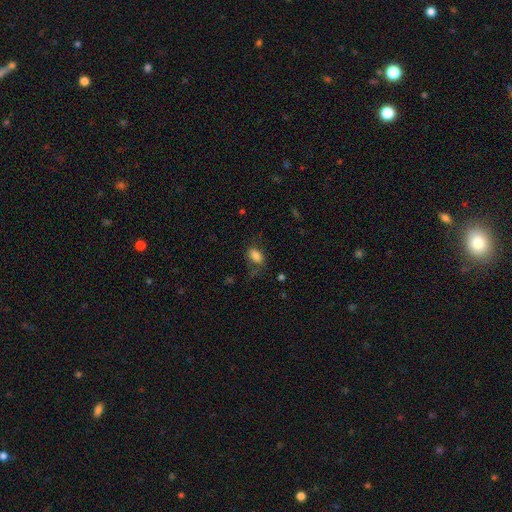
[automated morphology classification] smooth 81%, star or artifact 10%, featured or disk 9%. Down the decision tree: how rounded — in between (88%); merging — none (59%).